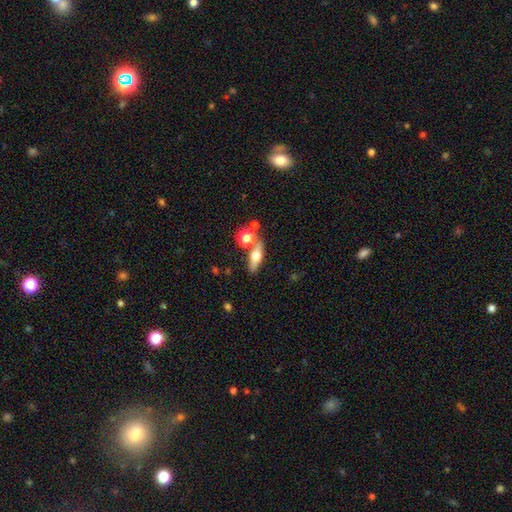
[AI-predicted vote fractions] Q: Smooth or featured?
A: featured or disk (49%); runner-up: smooth (42%)
Q: Merging?
A: none (72%); runner-up: merger (14%)